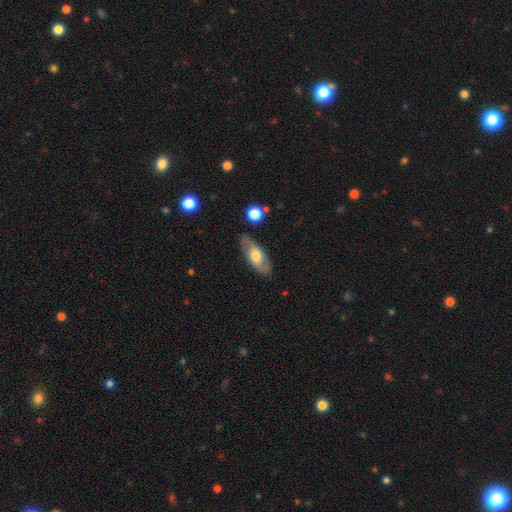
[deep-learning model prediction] Smooth or featured? smooth (52%)
How rounded? in between (80%)
Merging? none (82%)